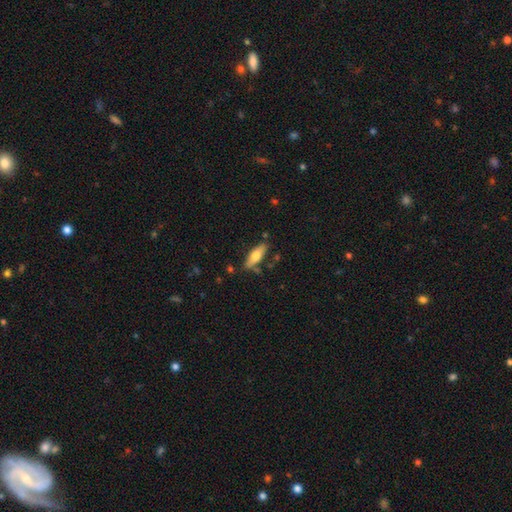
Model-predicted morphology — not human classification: Smooth or featured? smooth (65%)
How rounded? in between (54%)
Merging? none (77%)